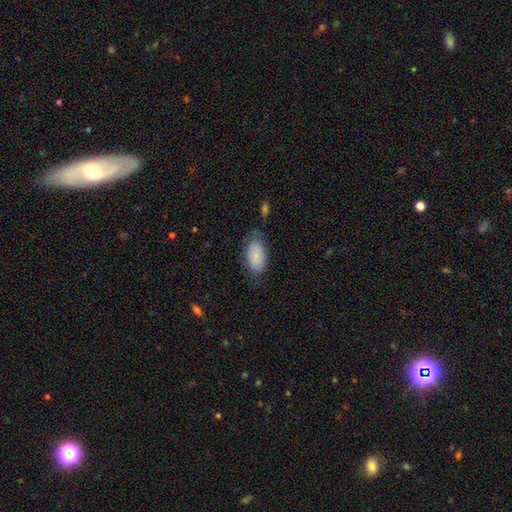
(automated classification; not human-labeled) smooth_or_featured: smooth (p=0.77) [alt: featured or disk p=0.16]
how_rounded: in between (p=0.94) [alt: round p=0.04]
merging: none (p=0.62) [alt: minor disturbance p=0.26]